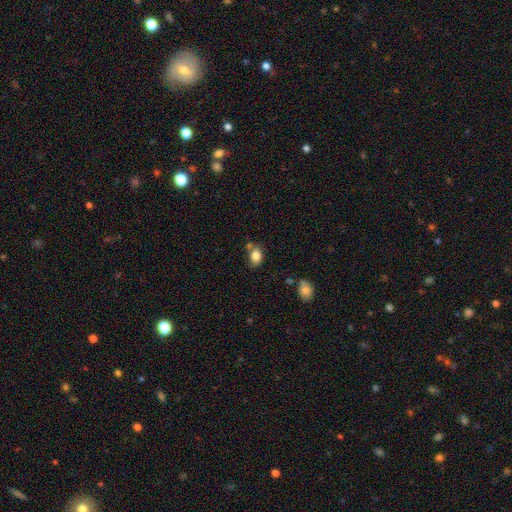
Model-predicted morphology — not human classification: Q: Smooth or featured?
A: smooth (83%); runner-up: star or artifact (9%)
Q: How rounded?
A: in between (74%); runner-up: round (25%)
Q: Merging?
A: none (63%); runner-up: minor disturbance (17%)